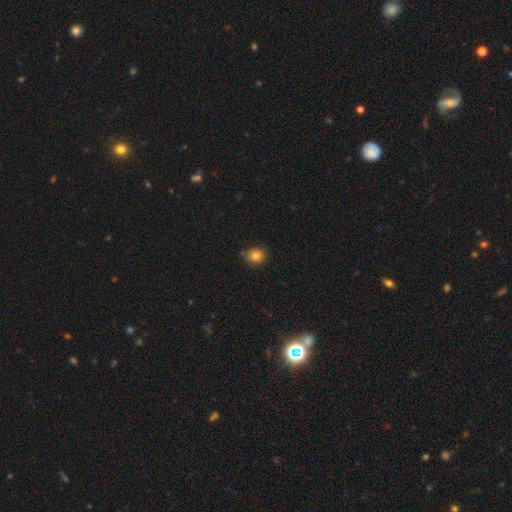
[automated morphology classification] A smooth galaxy with no disk features (82%) that is round (76%). Merging: none (77%).